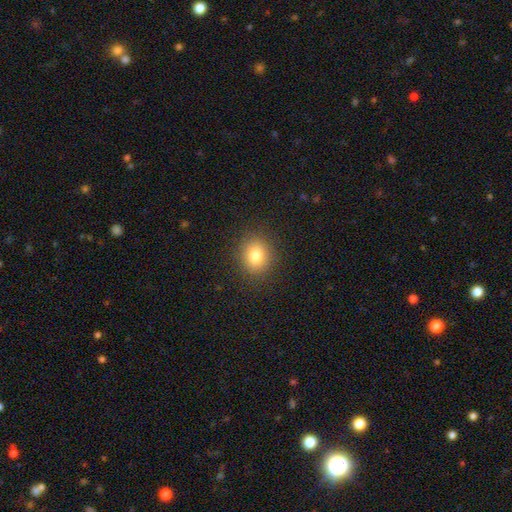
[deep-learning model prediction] Smooth or featured? smooth (81%)
How rounded? round (69%)
Merging? none (89%)